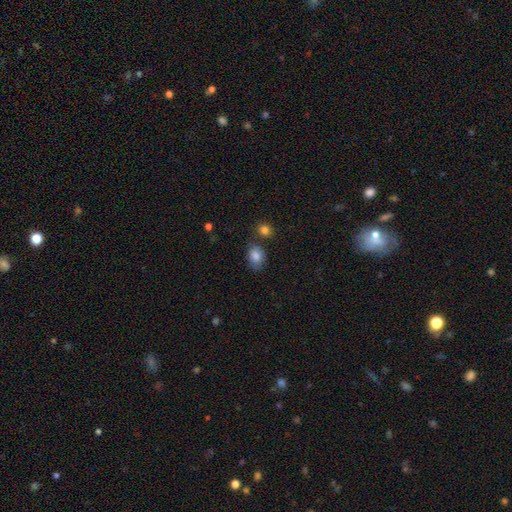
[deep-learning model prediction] Smooth or featured: smooth — 84% (star or artifact — 8%)
How rounded: in between — 72% (round — 27%)
Merging: none — 69% (minor disturbance — 18%)